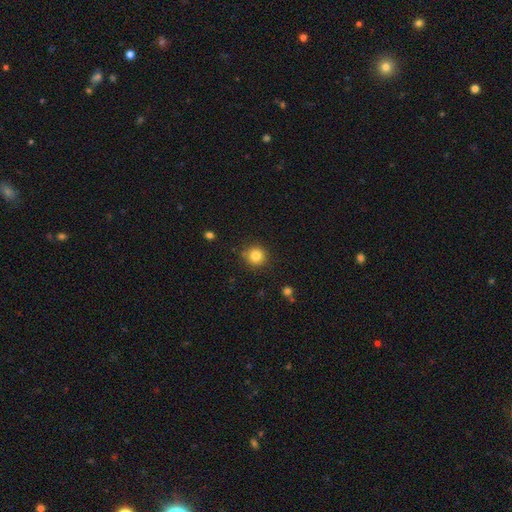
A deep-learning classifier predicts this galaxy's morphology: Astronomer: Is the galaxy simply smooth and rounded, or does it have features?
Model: smooth — 84%.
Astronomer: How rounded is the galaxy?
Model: round — 93%.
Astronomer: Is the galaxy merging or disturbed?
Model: none — 86%.